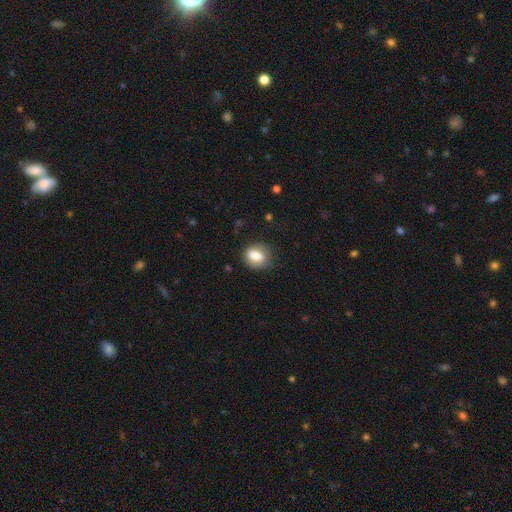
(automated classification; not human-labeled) Q: Smooth or featured?
A: smooth (80%); runner-up: featured or disk (11%)
Q: How rounded?
A: in between (50%); runner-up: round (49%)
Q: Merging?
A: none (75%); runner-up: minor disturbance (18%)